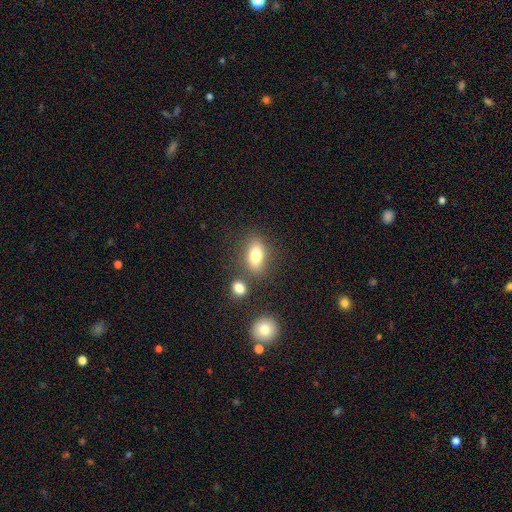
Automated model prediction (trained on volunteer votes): A smooth galaxy with no disk features (76%) that is in between round and cigar-shaped (82%).

Vote fractions:
- Smooth or featured? smooth: 76% / featured or disk: 14% / star or artifact: 10%
- How rounded? in between: 82% / round: 11% / cigar-shaped: 8%
- Merging? none: 73% / minor disturbance: 12% / merger: 10% / major disturbance: 4%